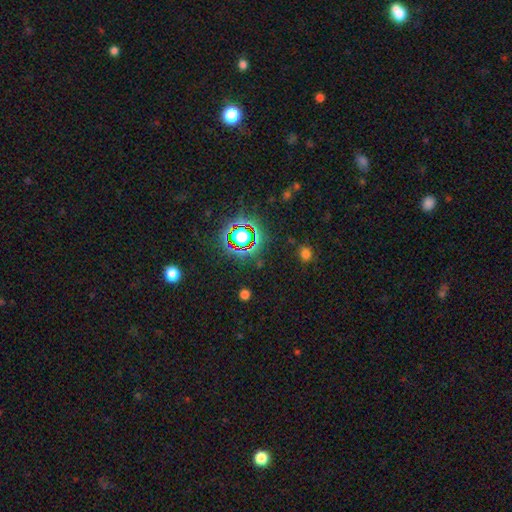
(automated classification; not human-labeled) Smooth or featured? Predicted: star or artifact (p=0.77).